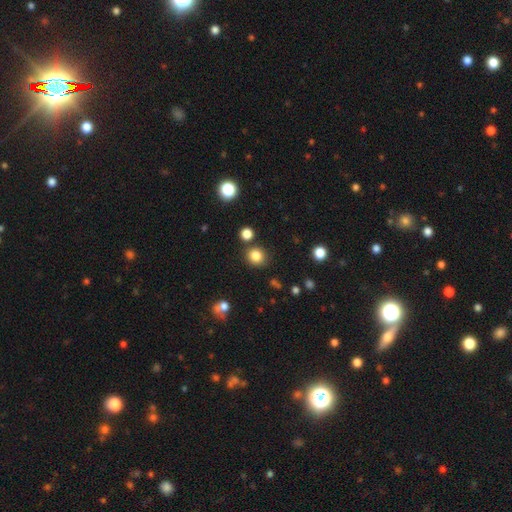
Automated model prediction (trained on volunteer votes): smooth 83%, star or artifact 12%, featured or disk 5%. Down the decision tree: how rounded — round (85%); merging — none (83%).